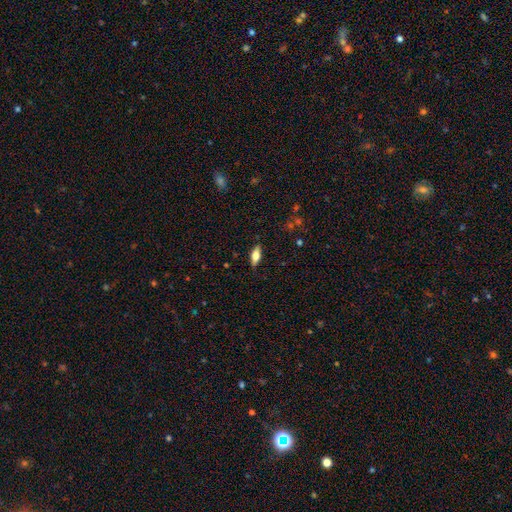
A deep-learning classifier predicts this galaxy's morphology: Smooth or featured: smooth — 60% (featured or disk — 33%)
How rounded: in between — 71% (cigar-shaped — 26%)
Merging: none — 85% (minor disturbance — 11%)